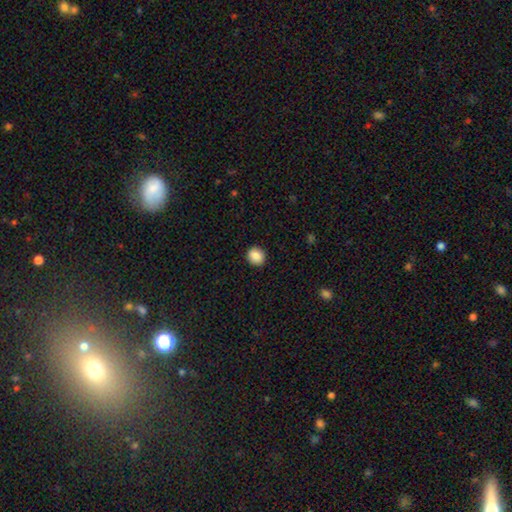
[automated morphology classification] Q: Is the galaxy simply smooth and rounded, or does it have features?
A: smooth — 87%.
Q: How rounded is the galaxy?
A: round — 87%.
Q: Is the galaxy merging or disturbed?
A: none — 92%.